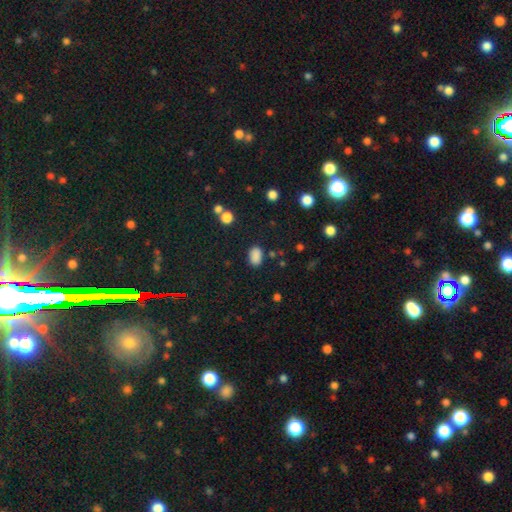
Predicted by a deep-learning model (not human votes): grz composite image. It shows a smooth galaxy with no disk features (85%) that is in between round and cigar-shaped (87%). Merging: none (82%).